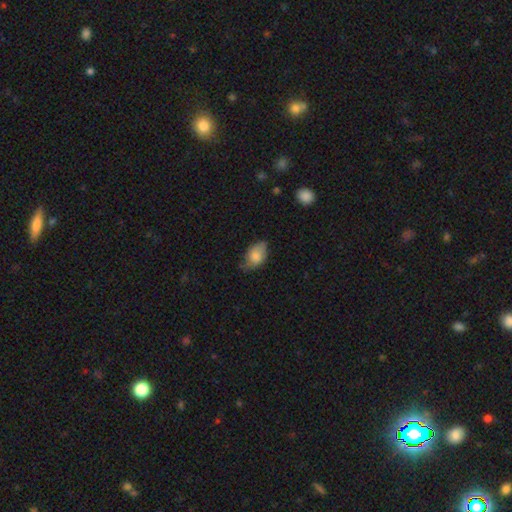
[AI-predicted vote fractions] Smooth or featured?
  - smooth: 77% *
  - featured or disk: 16%
  - star or artifact: 7%
How rounded?
  - in between: 87% *
  - round: 11%
  - cigar-shaped: 2%
Merging?
  - none: 51% *
  - minor disturbance: 37%
  - major disturbance: 10%
  - merger: 2%